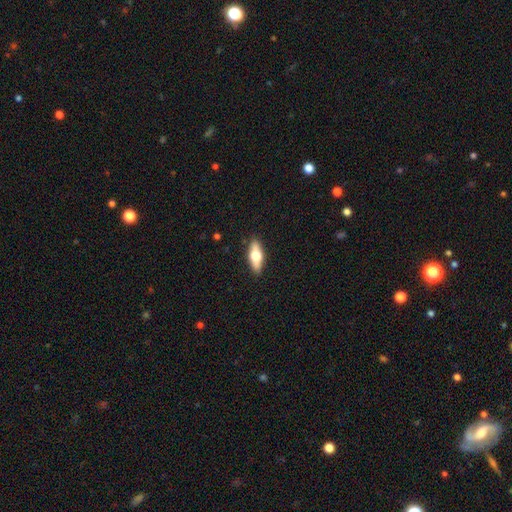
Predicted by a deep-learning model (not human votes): Q: Smooth or featured?
A: smooth (54%); runner-up: featured or disk (40%)
Q: How rounded?
A: in between (64%); runner-up: cigar-shaped (33%)
Q: Merging?
A: none (89%); runner-up: minor disturbance (8%)